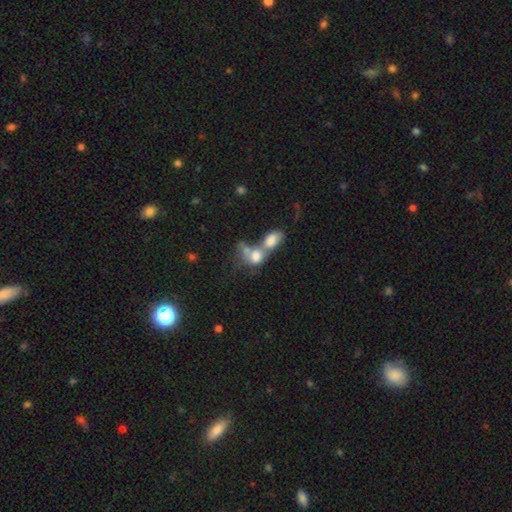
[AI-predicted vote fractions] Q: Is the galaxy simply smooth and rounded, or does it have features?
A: smooth — 70%.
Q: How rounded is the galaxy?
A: in between — 66%.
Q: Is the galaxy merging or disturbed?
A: merger — 73%.